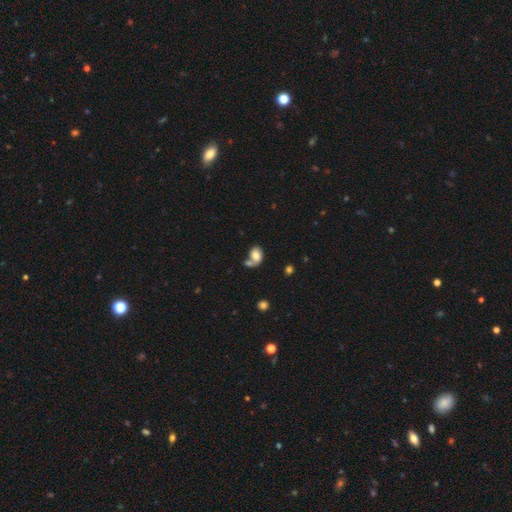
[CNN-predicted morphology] Smooth or featured? smooth (74%)
How rounded? in between (75%)
Merging? merger (43%)